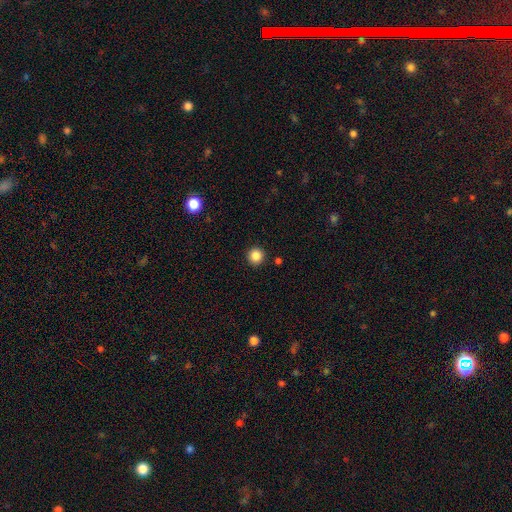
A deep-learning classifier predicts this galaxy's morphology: A smooth galaxy with no disk features (86%) that is round (95%). Merging: none (92%).